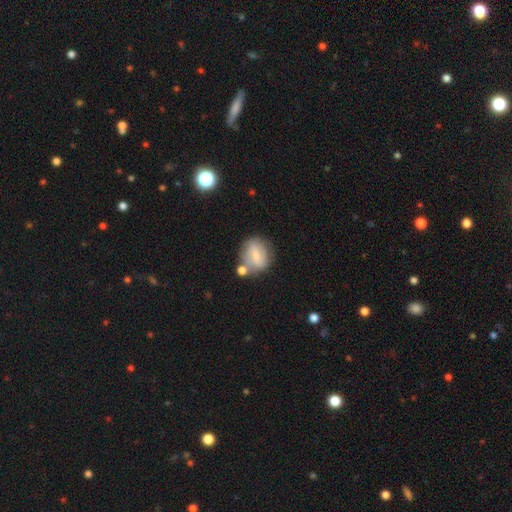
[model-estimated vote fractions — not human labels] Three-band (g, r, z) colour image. It shows a smooth galaxy with no disk features (54%) that is round (64%). Merging: none (53%).